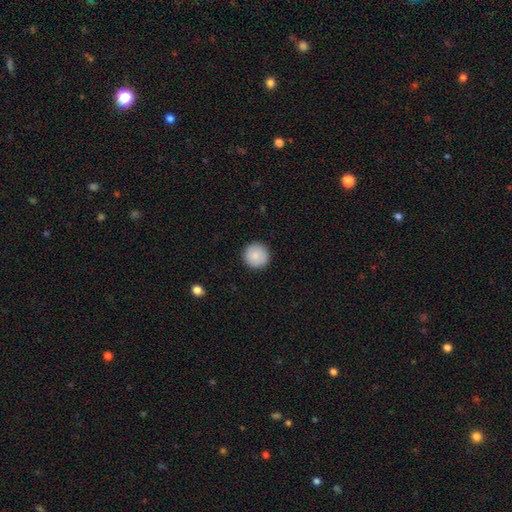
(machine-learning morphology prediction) Smooth or featured?
  - smooth: 86% *
  - star or artifact: 7%
  - featured or disk: 7%
How rounded?
  - round: 96% *
  - in between: 3%
  - cigar-shaped: 1%
Merging?
  - none: 92% *
  - minor disturbance: 6%
  - major disturbance: 2%
  - merger: 1%